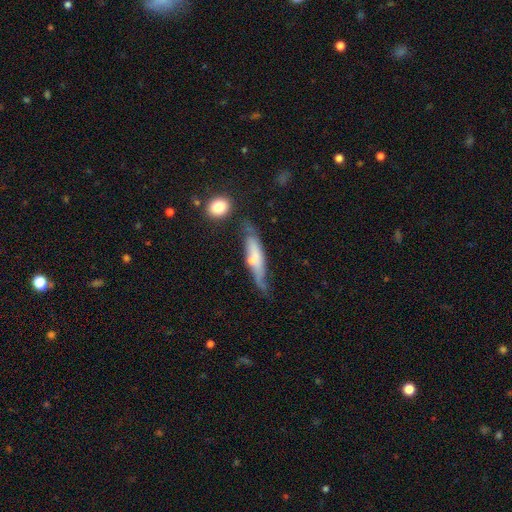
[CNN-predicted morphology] The model was most divided on "smooth or featured": featured or disk: 50%, smooth: 44%, star or artifact: 7%. Remaining: merging — none (49%).